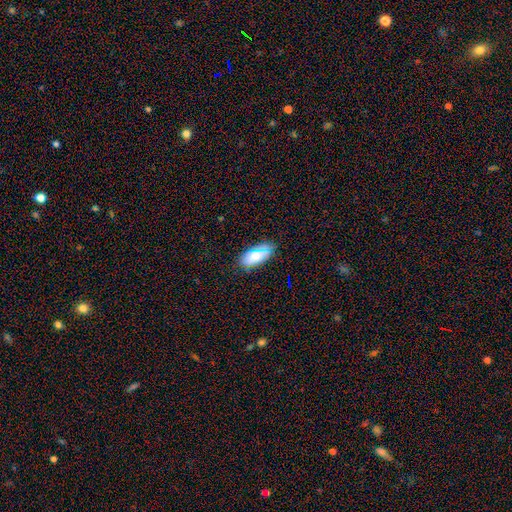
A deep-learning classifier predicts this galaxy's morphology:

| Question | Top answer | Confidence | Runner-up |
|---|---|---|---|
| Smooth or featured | smooth | 73% | featured or disk (14%) |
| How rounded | in between | 90% | cigar-shaped (7%) |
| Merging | none | 81% | minor disturbance (14%) |